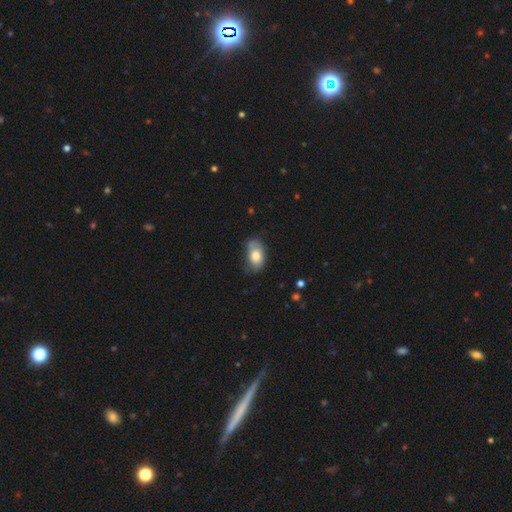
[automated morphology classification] smooth 73%, featured or disk 20%, star or artifact 7%. Down the decision tree: how rounded — in between (89%); merging — none (53%).